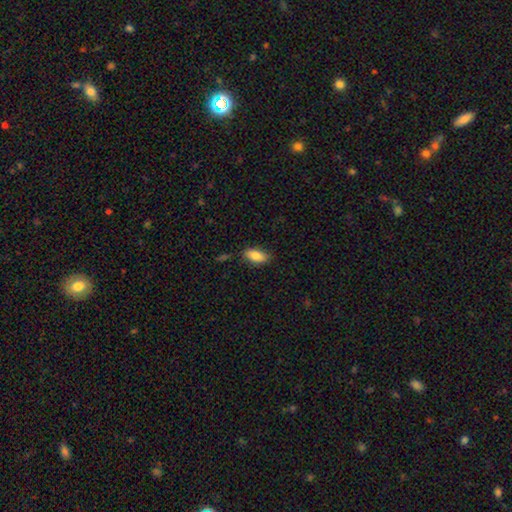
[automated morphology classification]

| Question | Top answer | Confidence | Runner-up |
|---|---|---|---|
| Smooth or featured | smooth | 83% | featured or disk (10%) |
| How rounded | in between | 89% | cigar-shaped (8%) |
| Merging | none | 82% | minor disturbance (13%) |